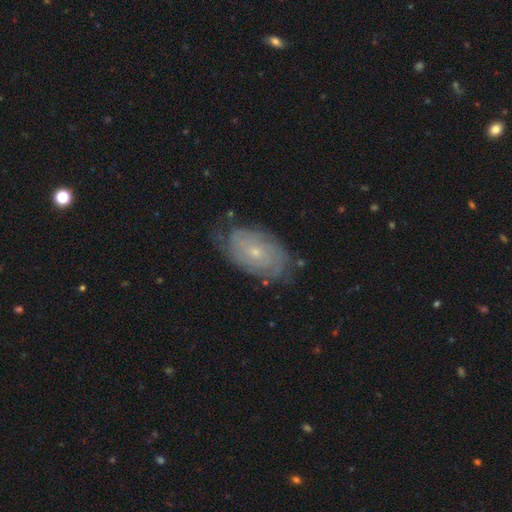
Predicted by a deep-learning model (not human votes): Smooth or featured?
  - featured or disk: 65% *
  - smooth: 23%
  - star or artifact: 12%
Edge-on disk?
  - no: 94% *
  - yes: 6%
Bar?
  - no: 79% *
  - weak: 18%
  - strong: 3%
Spiral arms?
  - yes: 86% *
  - no: 14%
Spiral winding?
  - tight: 68% *
  - medium: 24%
  - loose: 8%
Spiral arm count?
  - can't tell: 54% *
  - 2: 19%
  - 3: 9%
  - 4: 8%
  - more than 4: 5%
  - 1: 5%
Bulge size?
  - small: 73% *
  - moderate: 23%
  - none: 2%
  - large: 1%
  - dominant: 1%
Merging?
  - none: 75% *
  - minor disturbance: 18%
  - major disturbance: 6%
  - merger: 1%